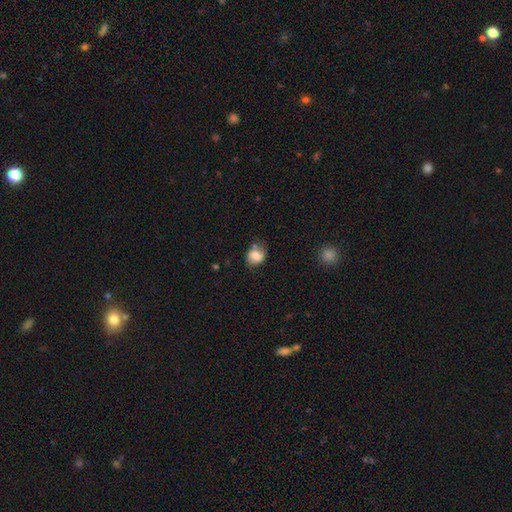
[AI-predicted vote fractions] smooth_or_featured: smooth (p=0.75) [alt: featured or disk p=0.16]
how_rounded: round (p=0.55) [alt: in between p=0.44]
merging: none (p=0.56) [alt: minor disturbance p=0.28]